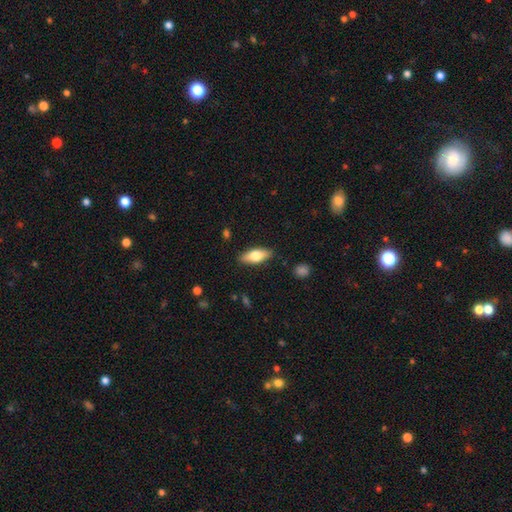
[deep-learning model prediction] Morphology: type=smooth (68%); roundness=in between (75%); merging=none (86%).